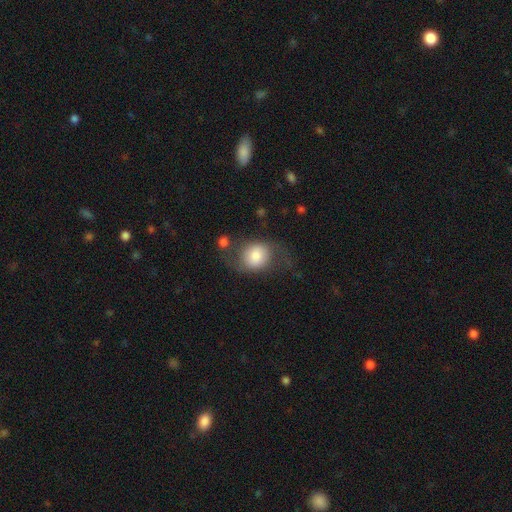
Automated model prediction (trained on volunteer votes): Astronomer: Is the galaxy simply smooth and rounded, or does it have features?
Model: smooth — 68%.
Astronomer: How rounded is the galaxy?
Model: round — 65%.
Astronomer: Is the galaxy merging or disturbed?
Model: none — 49%.